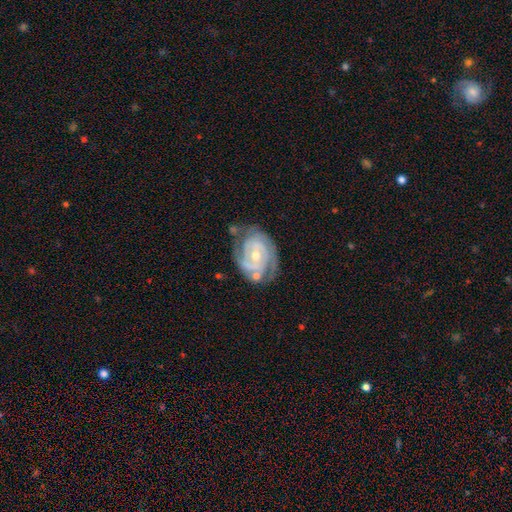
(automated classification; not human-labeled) Smooth or featured? featured or disk (88%)
Edge-on disk? no (97%)
Bar? no (53%)
Spiral arms? yes (96%)
Spiral winding? tight (69%)
Spiral arm count? 2 (52%)
Bulge size? moderate (53%)
Merging? none (62%)